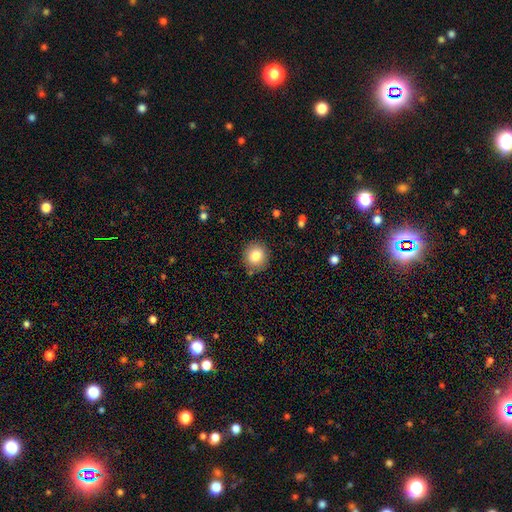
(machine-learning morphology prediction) type=smooth (82%); roundness=round (87%); merging=none (88%).